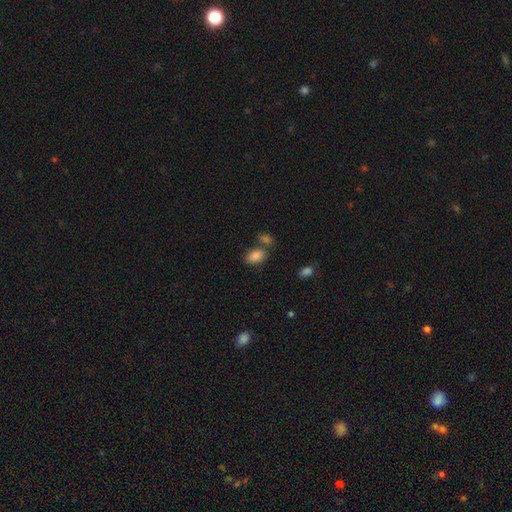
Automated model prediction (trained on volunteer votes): A smooth galaxy with no disk features (86%) that is in between round and cigar-shaped (91%).

Vote fractions:
- Smooth or featured? smooth: 86% / star or artifact: 9% / featured or disk: 6%
- How rounded? in between: 91% / round: 8% / cigar-shaped: 2%
- Merging? none: 61% / merger: 22% / minor disturbance: 13% / major disturbance: 4%